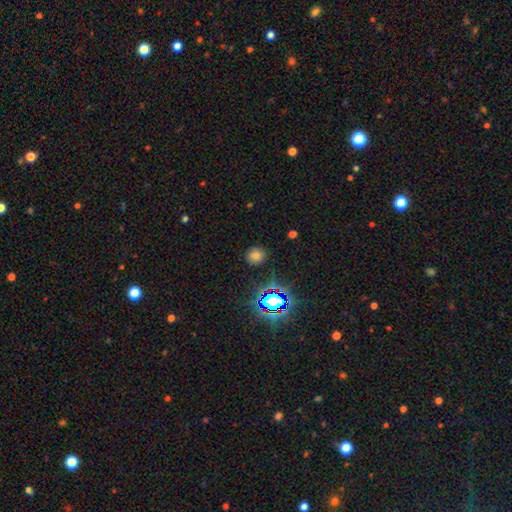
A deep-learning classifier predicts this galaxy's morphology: A smooth galaxy with no disk features (62%) that is round (81%).

Vote fractions:
- Smooth or featured? smooth: 62% / star or artifact: 31% / featured or disk: 7%
- How rounded? round: 81% / in between: 18% / cigar-shaped: 1%
- Merging? none: 85% / minor disturbance: 10% / major disturbance: 3% / merger: 2%